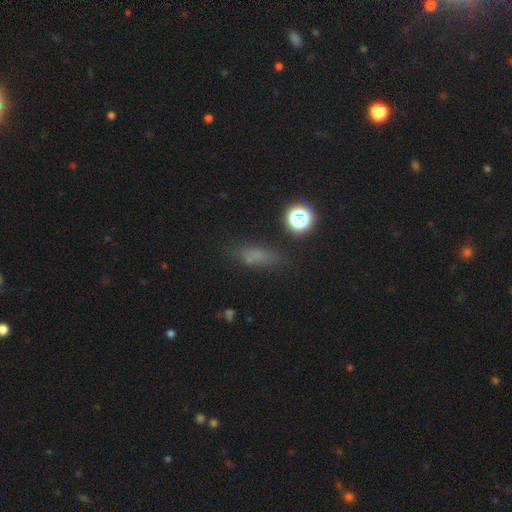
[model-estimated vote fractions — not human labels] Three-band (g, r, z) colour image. It shows a smooth galaxy with no disk features (65%) that is in between round and cigar-shaped (52%). Merging: none (68%).